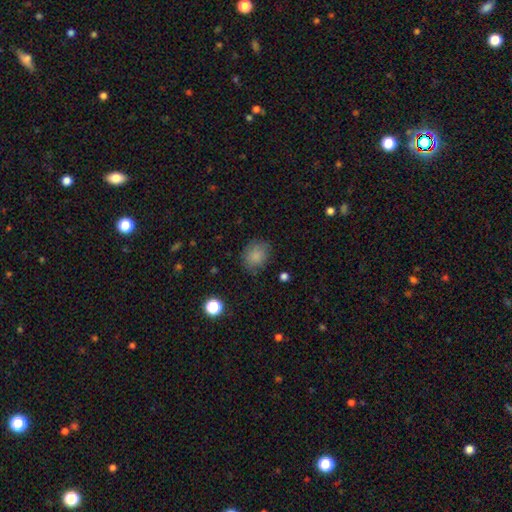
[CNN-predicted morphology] A smooth galaxy with no disk features (83%) that is round (65%).

Vote fractions:
- Smooth or featured? smooth: 83% / star or artifact: 10% / featured or disk: 7%
- How rounded? round: 65% / in between: 34% / cigar-shaped: 1%
- Merging? none: 77% / minor disturbance: 17% / major disturbance: 5% / merger: 1%